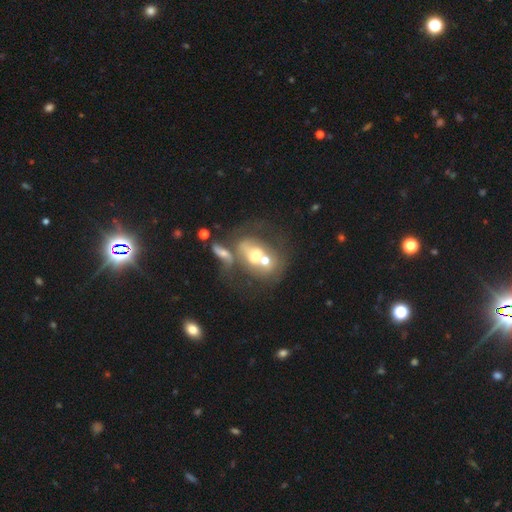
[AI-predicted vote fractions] smooth-or-featured: featured or disk: 47% | smooth: 42% | star or artifact: 11%
  merging: merger: 61% | none: 17% | major disturbance: 13% | minor disturbance: 9%